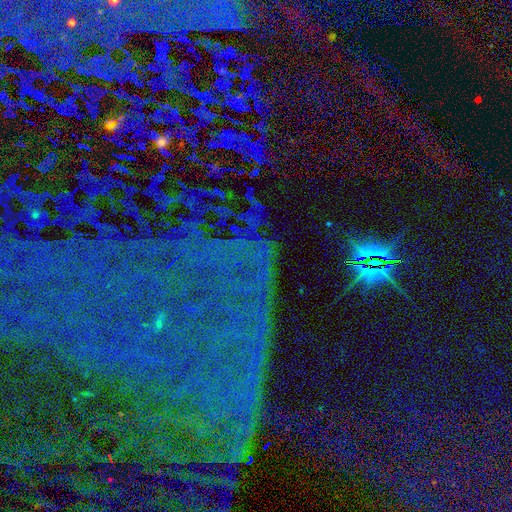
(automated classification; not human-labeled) Smooth or featured? Predicted: star or artifact (p=0.83).